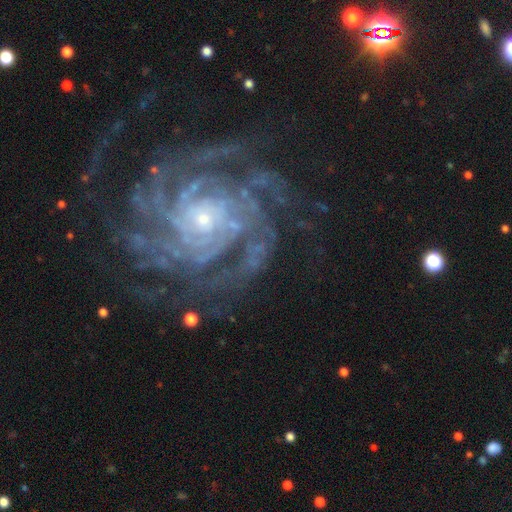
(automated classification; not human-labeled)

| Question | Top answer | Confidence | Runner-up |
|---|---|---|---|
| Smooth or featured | featured or disk | 89% | star or artifact (7%) |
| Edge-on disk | no | 98% | yes (2%) |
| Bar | no | 75% | weak (18%) |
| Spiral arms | yes | 98% | no (2%) |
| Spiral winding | tight | 70% | medium (25%) |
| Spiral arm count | more than 4 | 25% | 4 (23%) |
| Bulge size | small | 79% | moderate (15%) |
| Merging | none | 70% | minor disturbance (16%) |